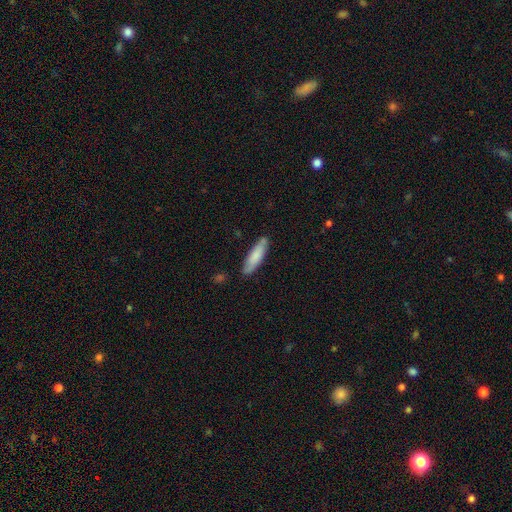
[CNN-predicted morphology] A smooth galaxy with no disk features (78%) that is cigar-shaped (69%).

Vote fractions:
- Smooth or featured? smooth: 78% / featured or disk: 17% / star or artifact: 5%
- How rounded? cigar-shaped: 69% / in between: 30% / round: 1%
- Merging? none: 82% / minor disturbance: 14% / major disturbance: 2% / merger: 2%